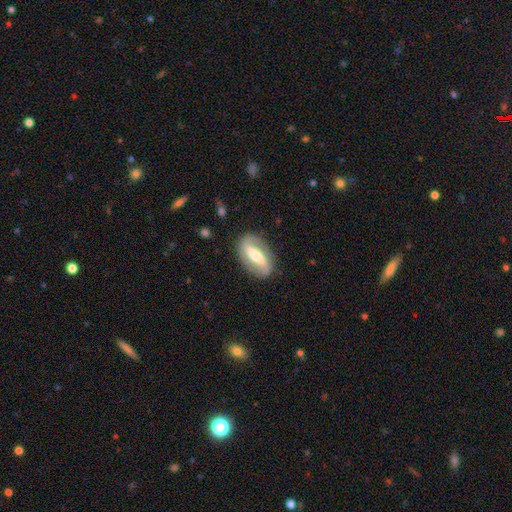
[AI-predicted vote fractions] Q: Smooth or featured?
A: featured or disk (71%); runner-up: smooth (23%)
Q: Edge-on disk?
A: no (90%); runner-up: yes (10%)
Q: Bar?
A: strong (59%); runner-up: weak (27%)
Q: Spiral arms?
A: yes (78%); runner-up: no (22%)
Q: Bulge size?
A: moderate (59%); runner-up: small (21%)
Q: Merging?
A: none (84%); runner-up: minor disturbance (11%)